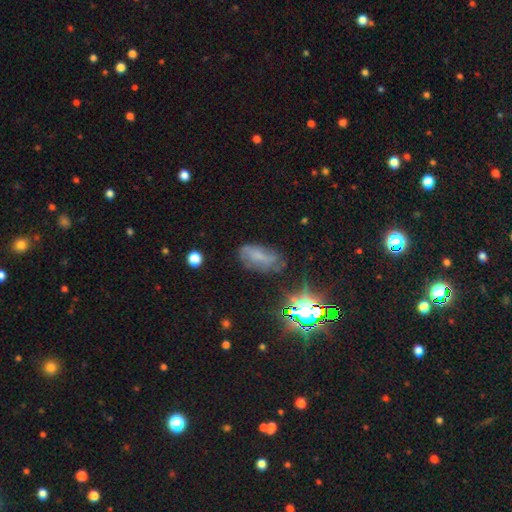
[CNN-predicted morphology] Smooth or featured: smooth — 42% (featured or disk — 32%)
Merging: none — 57% (minor disturbance — 26%)